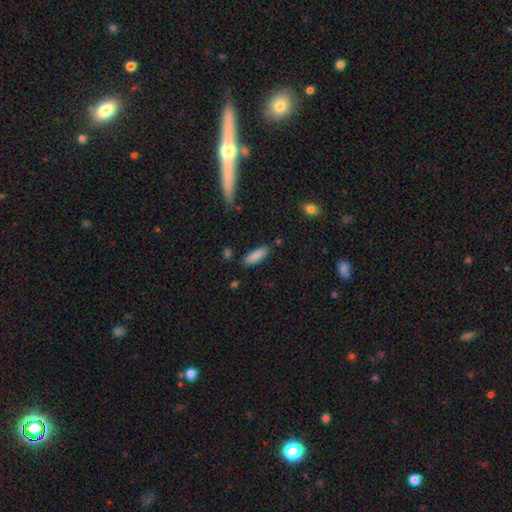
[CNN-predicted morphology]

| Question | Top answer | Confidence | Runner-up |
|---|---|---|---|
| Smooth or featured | smooth | 87% | featured or disk (7%) |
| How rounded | in between | 56% | cigar-shaped (43%) |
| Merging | none | 84% | minor disturbance (11%) |